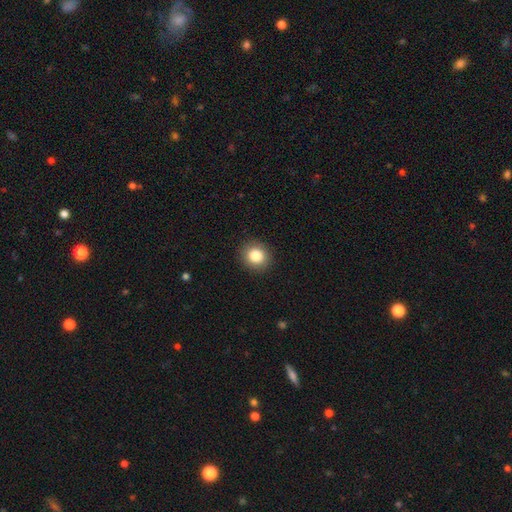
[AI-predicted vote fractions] Morphology: type=smooth (84%); roundness=round (84%); merging=none (91%).